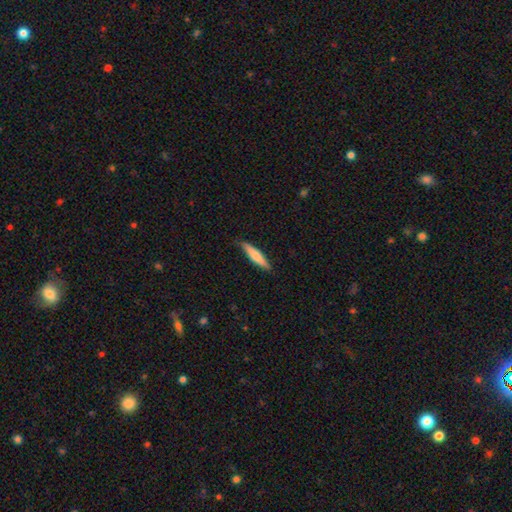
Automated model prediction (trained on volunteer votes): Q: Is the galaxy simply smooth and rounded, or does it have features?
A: smooth — 68%.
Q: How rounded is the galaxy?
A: cigar-shaped — 85%.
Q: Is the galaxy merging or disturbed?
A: none — 84%.